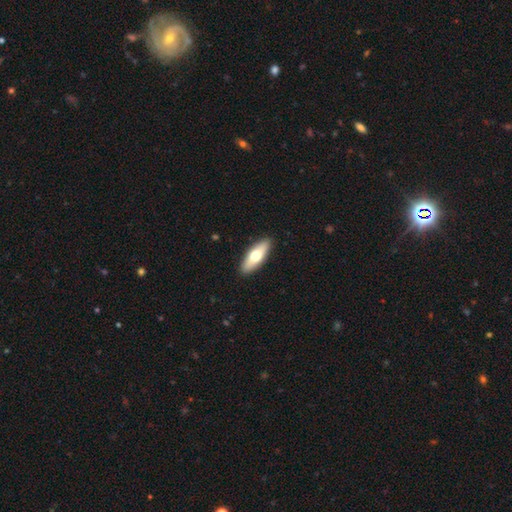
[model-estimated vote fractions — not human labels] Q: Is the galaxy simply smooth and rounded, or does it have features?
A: smooth — 62%.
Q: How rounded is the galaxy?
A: in between — 64%.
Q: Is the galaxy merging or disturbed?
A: none — 91%.